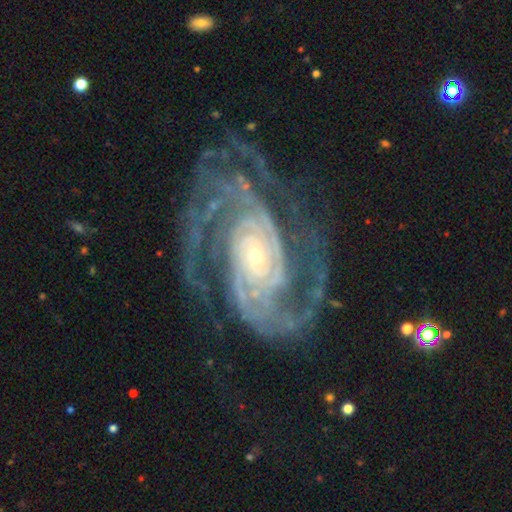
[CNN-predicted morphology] A featured or disk galaxy (92%) with no bar (67%), 2 (47%) tight (58%) spiral arms (98%) and a small central bulge (74%).

Vote fractions:
- Smooth or featured? featured or disk: 92% / star or artifact: 5% / smooth: 3%
- Edge-on disk? no: 97% / yes: 3%
- Bar? no: 67% / weak: 21% / strong: 12%
- Spiral arms? yes: 98% / no: 2%
- Spiral winding? tight: 58% / medium: 35% / loose: 7%
- Spiral arm count? 2: 47% / 3: 16% / can't tell: 13% / 4: 9% / more than 4: 7% / 1: 7%
- Bulge size? small: 74% / moderate: 20% / large: 3% / none: 1% / dominant: 1%
- Merging? none: 68% / minor disturbance: 16% / major disturbance: 14% / merger: 2%